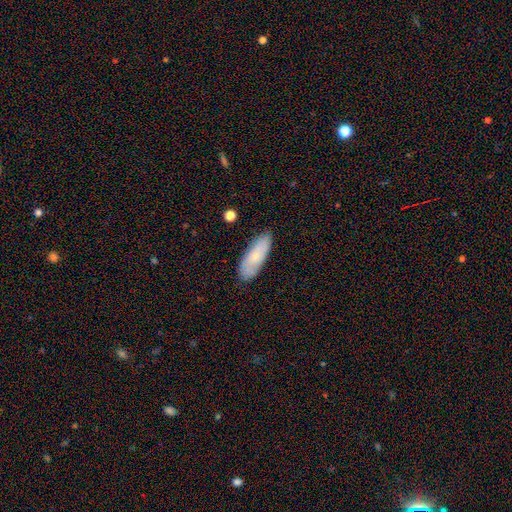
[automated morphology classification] A smooth galaxy with no disk features (65%) that is in between round and cigar-shaped (70%).

Vote fractions:
- Smooth or featured? smooth: 65% / featured or disk: 28% / star or artifact: 7%
- How rounded? in between: 70% / cigar-shaped: 28% / round: 2%
- Merging? none: 81% / minor disturbance: 15% / major disturbance: 3% / merger: 1%